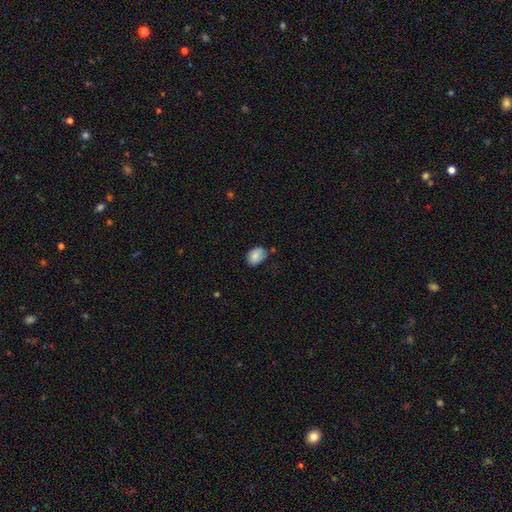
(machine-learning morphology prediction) Smooth or featured: smooth — 83% (featured or disk — 9%)
How rounded: in between — 76% (round — 23%)
Merging: none — 60% (minor disturbance — 31%)